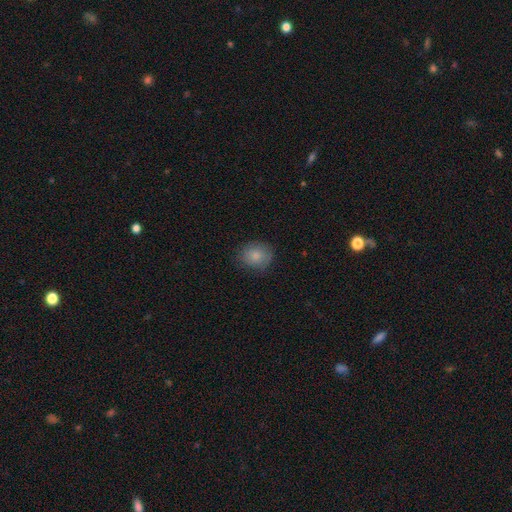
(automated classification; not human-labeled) smooth-or-featured: smooth: 83% | featured or disk: 9% | star or artifact: 8%
  how-rounded: round: 69% | in between: 30% | cigar-shaped: 1%
  merging: none: 78% | minor disturbance: 17% | major disturbance: 4% | merger: 1%